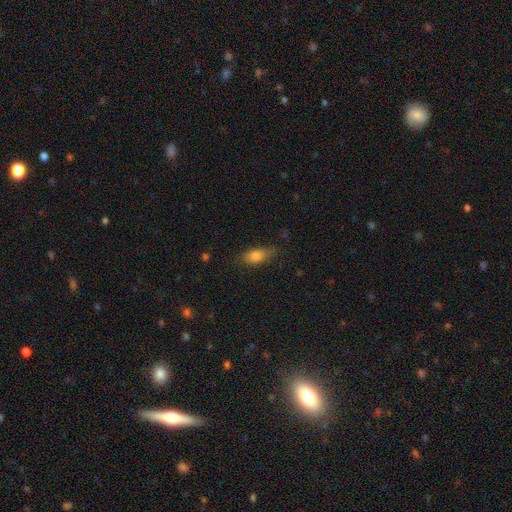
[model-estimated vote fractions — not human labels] Smooth or featured?
  - smooth: 77% *
  - featured or disk: 14%
  - star or artifact: 9%
How rounded?
  - in between: 73% *
  - cigar-shaped: 22%
  - round: 5%
Merging?
  - none: 71% *
  - minor disturbance: 22%
  - major disturbance: 6%
  - merger: 1%